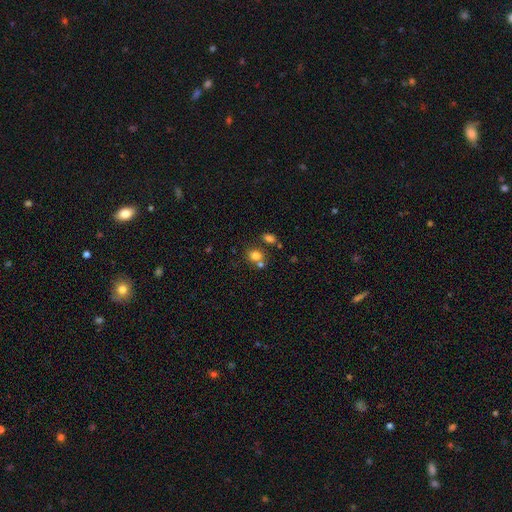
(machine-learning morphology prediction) Smooth or featured? smooth (78%)
How rounded? round (60%)
Merging? none (58%)